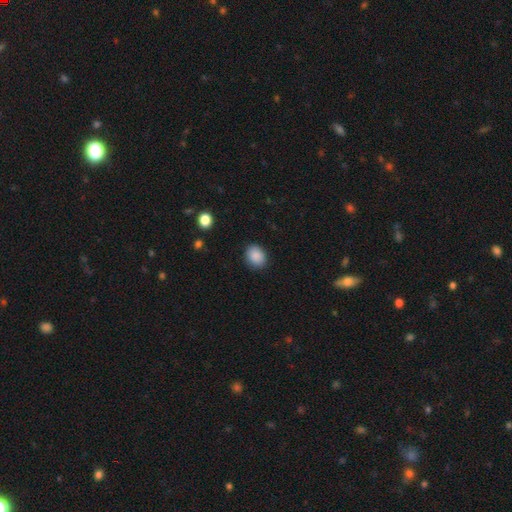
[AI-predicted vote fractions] A smooth galaxy with no disk features (88%) that is in between round and cigar-shaped (50%). Merging: none (87%).